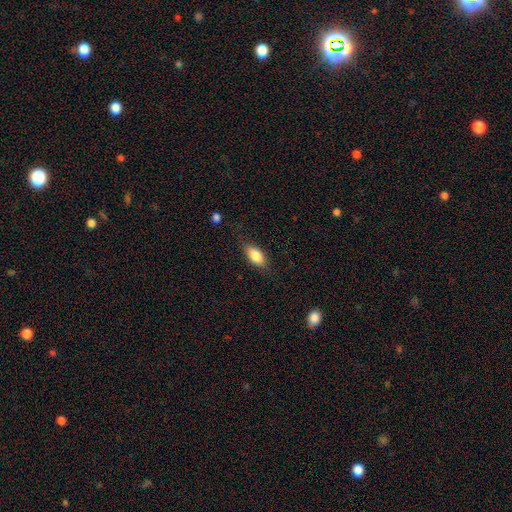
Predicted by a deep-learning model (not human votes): Smooth or featured?
  - smooth: 82% *
  - featured or disk: 11%
  - star or artifact: 7%
How rounded?
  - in between: 88% *
  - cigar-shaped: 7%
  - round: 5%
Merging?
  - none: 79% *
  - minor disturbance: 15%
  - major disturbance: 5%
  - merger: 1%